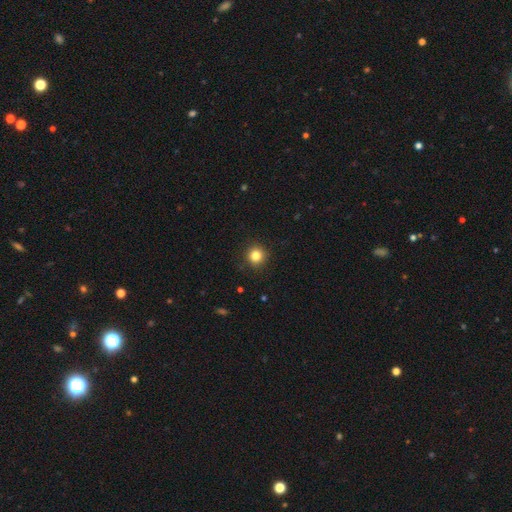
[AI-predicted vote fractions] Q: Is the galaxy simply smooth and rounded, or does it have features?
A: smooth — 83%.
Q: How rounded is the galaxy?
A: round — 95%.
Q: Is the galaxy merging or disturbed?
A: none — 92%.